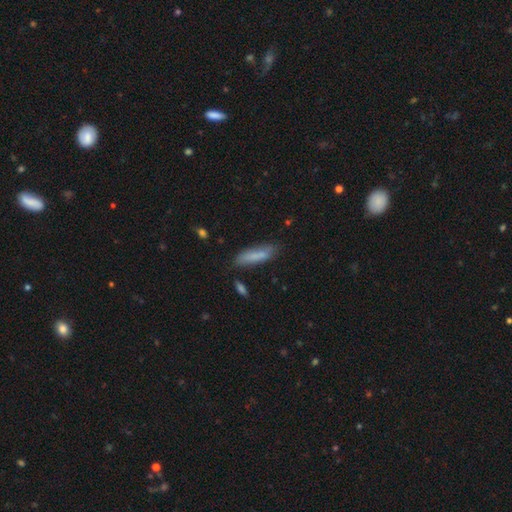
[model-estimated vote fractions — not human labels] Q: Smooth or featured?
A: smooth (79%); runner-up: featured or disk (14%)
Q: How rounded?
A: cigar-shaped (67%); runner-up: in between (31%)
Q: Merging?
A: none (71%); runner-up: minor disturbance (19%)